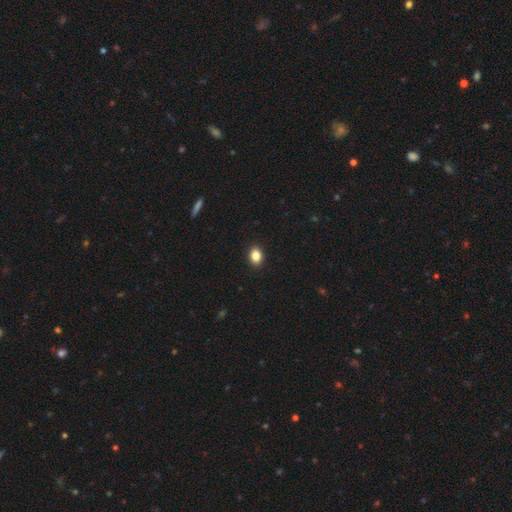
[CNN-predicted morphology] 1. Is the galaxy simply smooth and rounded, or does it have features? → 85% smooth, 10% star or artifact, 5% featured or disk.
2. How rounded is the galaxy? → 60% in between, 39% round, 1% cigar-shaped.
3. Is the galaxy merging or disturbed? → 92% none, 6% minor disturbance, 2% major disturbance, 1% merger.